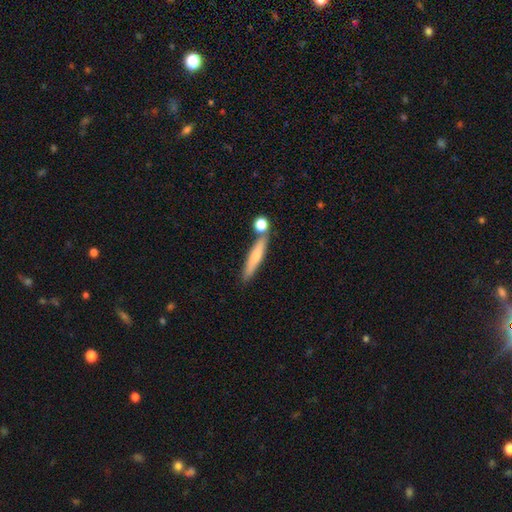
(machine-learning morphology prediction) Overall: smooth (63%; featured or disk 31%). How rounded: cigar-shaped (89%). Merging: none (72%).